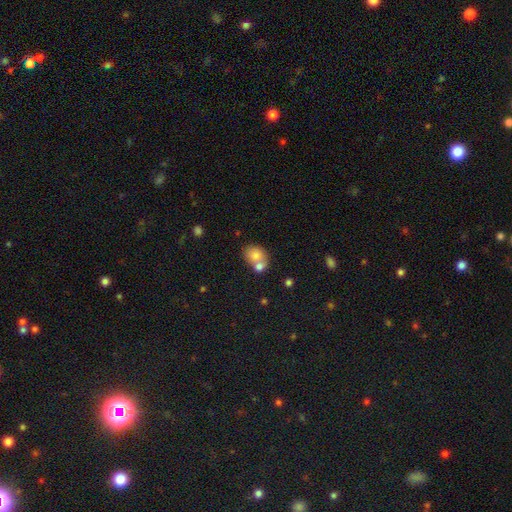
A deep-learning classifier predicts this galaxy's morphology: Q: Smooth or featured?
A: smooth (75%); runner-up: featured or disk (15%)
Q: How rounded?
A: round (51%); runner-up: in between (48%)
Q: Merging?
A: merger (51%); runner-up: none (37%)